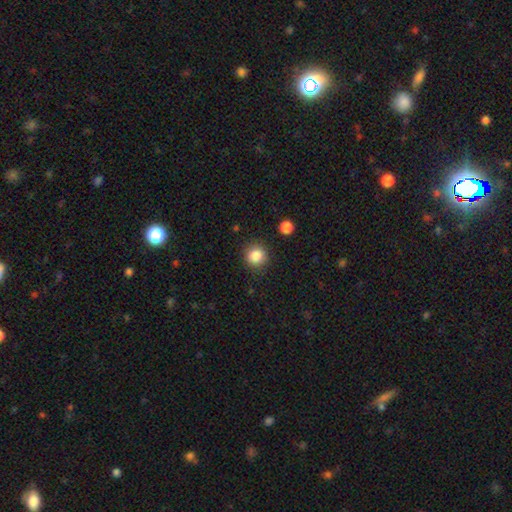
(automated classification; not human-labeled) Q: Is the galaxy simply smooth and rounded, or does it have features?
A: smooth — 85%.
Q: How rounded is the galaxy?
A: round — 92%.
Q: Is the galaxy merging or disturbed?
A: none — 88%.